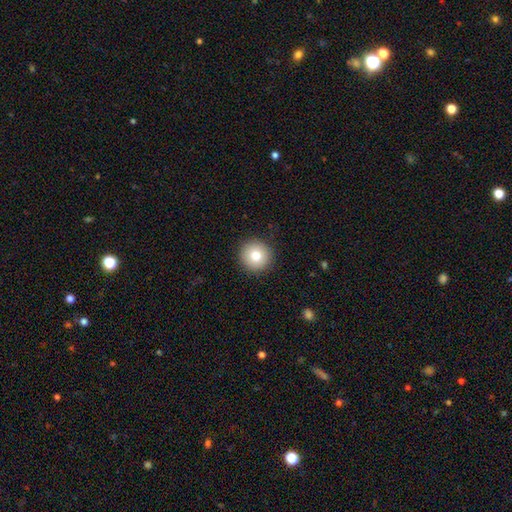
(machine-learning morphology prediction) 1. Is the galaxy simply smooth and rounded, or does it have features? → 79% smooth, 11% featured or disk, 10% star or artifact.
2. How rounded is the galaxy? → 96% round, 3% in between, 1% cigar-shaped.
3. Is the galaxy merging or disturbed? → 92% none, 5% minor disturbance, 2% major disturbance, 1% merger.